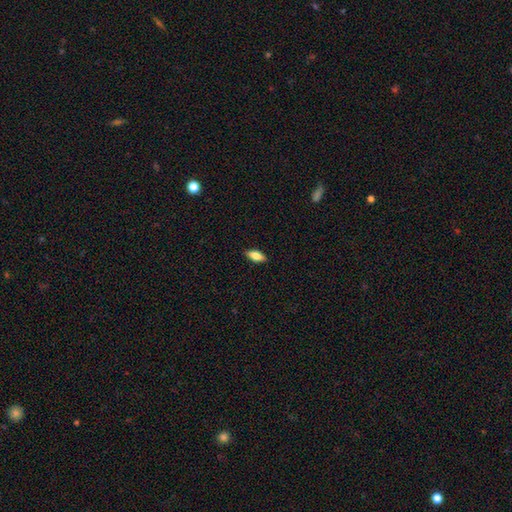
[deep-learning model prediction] Overall: smooth (74%). How rounded: in between (77%). Merging: none (88%).